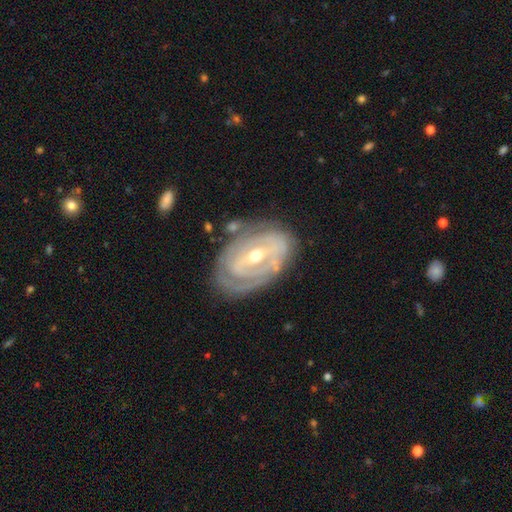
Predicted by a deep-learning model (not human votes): Smooth or featured?
  - featured or disk: 84% *
  - smooth: 11%
  - star or artifact: 5%
Edge-on disk?
  - no: 95% *
  - yes: 5%
Bar?
  - weak: 40% *
  - strong: 36%
  - no: 24%
Spiral arms?
  - yes: 81% *
  - no: 19%
Spiral winding?
  - tight: 74% *
  - medium: 20%
  - loose: 6%
Spiral arm count?
  - can't tell: 39% *
  - 2: 36%
  - 3: 11%
  - 1: 8%
  - 4: 4%
  - more than 4: 3%
Bulge size?
  - moderate: 58% *
  - small: 38%
  - large: 2%
  - none: 1%
  - dominant: 1%
Merging?
  - none: 71% *
  - minor disturbance: 19%
  - major disturbance: 7%
  - merger: 3%